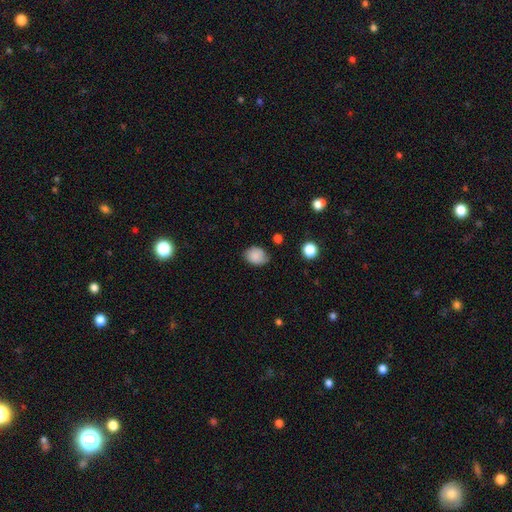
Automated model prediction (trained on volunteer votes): smooth_or_featured: smooth (p=0.86) [alt: star or artifact p=0.09]
how_rounded: in between (p=0.55) [alt: round p=0.44]
merging: none (p=0.68) [alt: minor disturbance p=0.25]